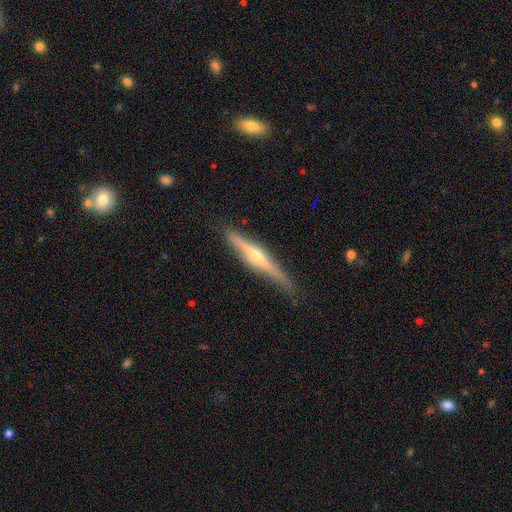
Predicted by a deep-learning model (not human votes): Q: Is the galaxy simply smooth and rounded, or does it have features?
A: featured or disk — 77%.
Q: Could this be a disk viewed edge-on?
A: yes — 97%.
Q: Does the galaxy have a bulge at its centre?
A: rounded — 88%.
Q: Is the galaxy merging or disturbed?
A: none — 85%.